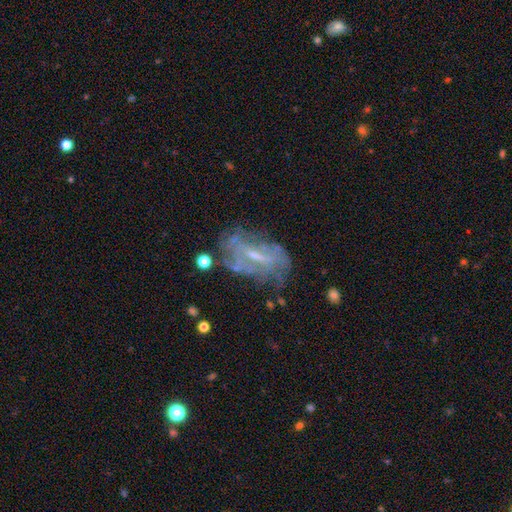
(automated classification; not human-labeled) Q: Smooth or featured?
A: featured or disk (71%); runner-up: smooth (17%)
Q: Edge-on disk?
A: no (93%); runner-up: yes (7%)
Q: Bar?
A: weak (47%); runner-up: no (30%)
Q: Spiral arms?
A: yes (59%); runner-up: no (41%)
Q: Bulge size?
A: small (50%); runner-up: moderate (28%)
Q: Merging?
A: none (53%); runner-up: minor disturbance (23%)